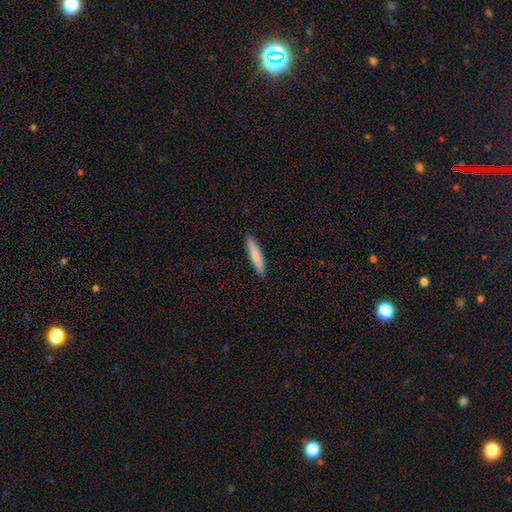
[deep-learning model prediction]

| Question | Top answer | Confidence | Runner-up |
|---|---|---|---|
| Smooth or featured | smooth | 78% | featured or disk (16%) |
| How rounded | cigar-shaped | 88% | in between (11%) |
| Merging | none | 89% | minor disturbance (8%) |